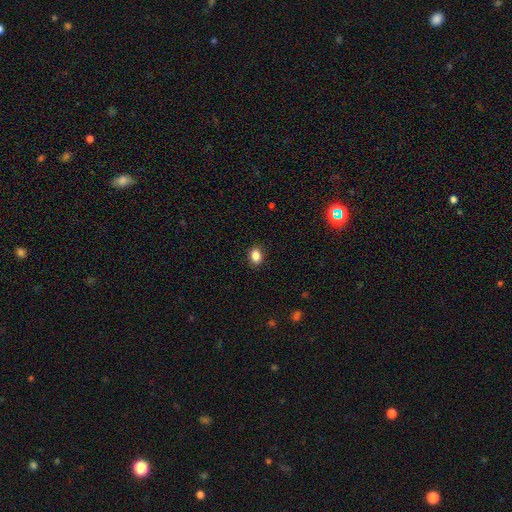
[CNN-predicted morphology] The model was most divided on "how rounded": in between: 66%, round: 33%, cigar-shaped: 1%. More confident: merging — none (89%); smooth or featured — smooth (87%).